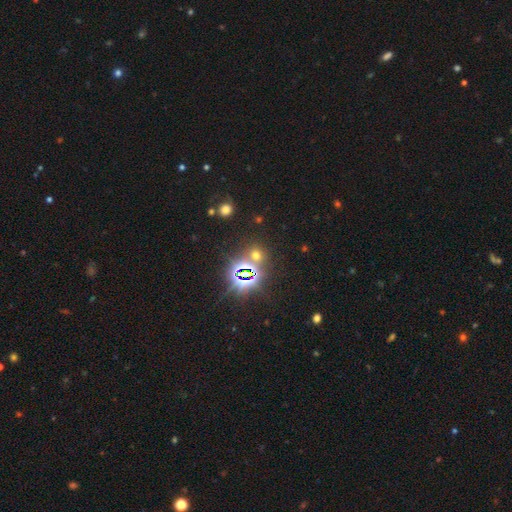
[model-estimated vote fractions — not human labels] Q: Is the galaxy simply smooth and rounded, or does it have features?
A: star or artifact — 56%.